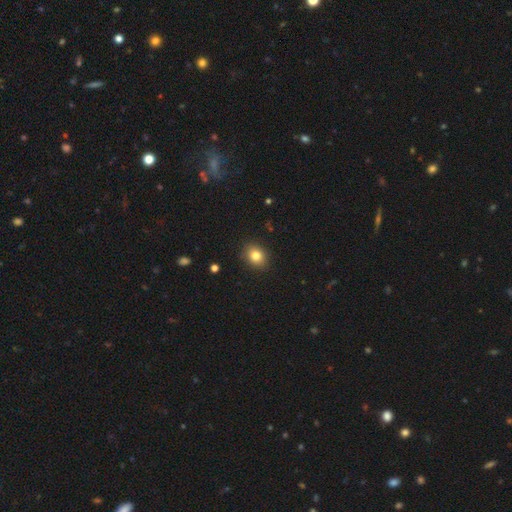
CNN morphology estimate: A smooth galaxy with no disk features (82%) that is round (52%).

Vote fractions:
- Smooth or featured? smooth: 82% / star or artifact: 10% / featured or disk: 7%
- How rounded? round: 52% / in between: 47% / cigar-shaped: 1%
- Merging? none: 89% / minor disturbance: 8% / major disturbance: 2% / merger: 1%